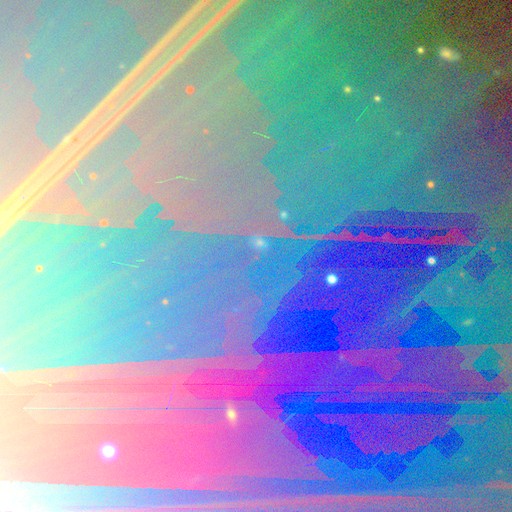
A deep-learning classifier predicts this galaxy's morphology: smooth-or-featured: star or artifact: 87% | featured or disk: 7% | smooth: 6%